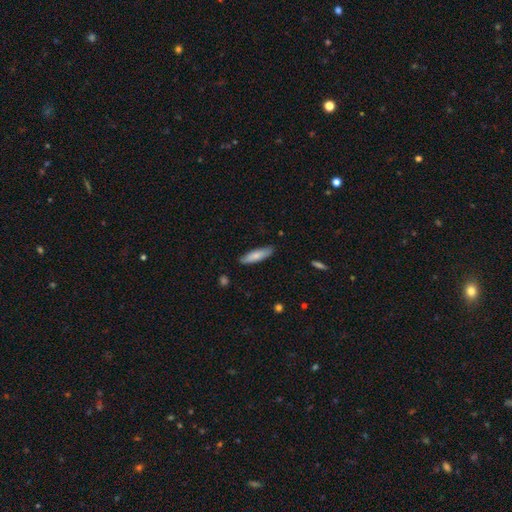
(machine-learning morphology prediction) smooth-or-featured: smooth: 78% | featured or disk: 16% | star or artifact: 5%
  how-rounded: cigar-shaped: 64% | in between: 35% | round: 1%
  merging: none: 85% | minor disturbance: 12% | major disturbance: 2% | merger: 1%